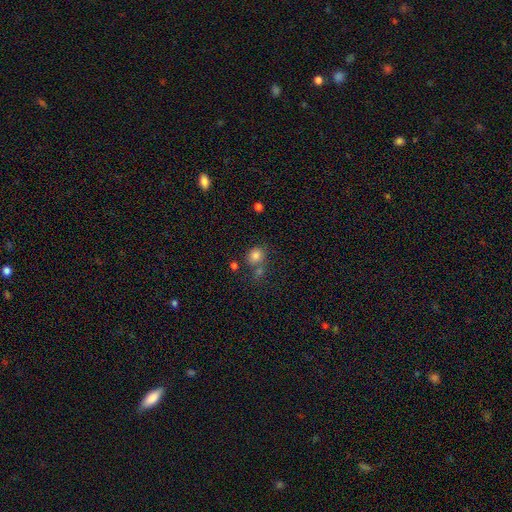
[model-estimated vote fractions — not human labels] This appears to be a smooth galaxy with no disk features (81%) that is round (74%). Merging: none (62%).